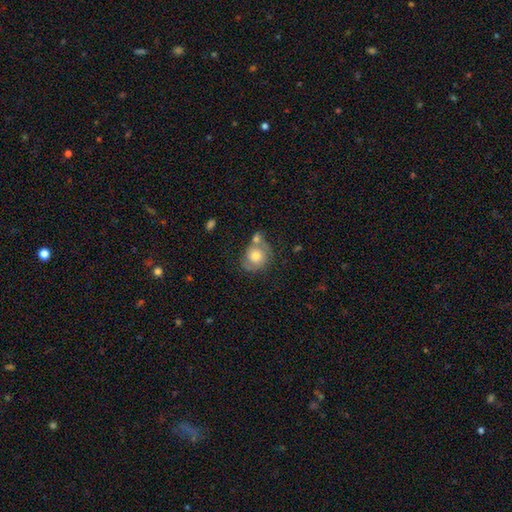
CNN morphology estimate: Smooth or featured? Predicted: smooth (p=0.61). How rounded? Predicted: round (p=0.77). Merging? Predicted: none (p=0.39).